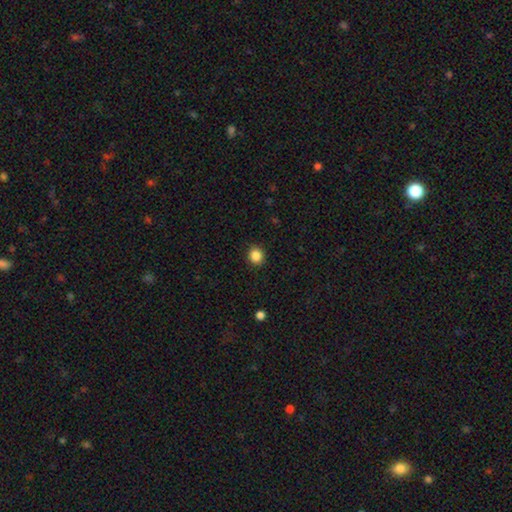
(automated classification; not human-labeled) Smooth or featured? smooth (86%)
How rounded? round (86%)
Merging? none (91%)